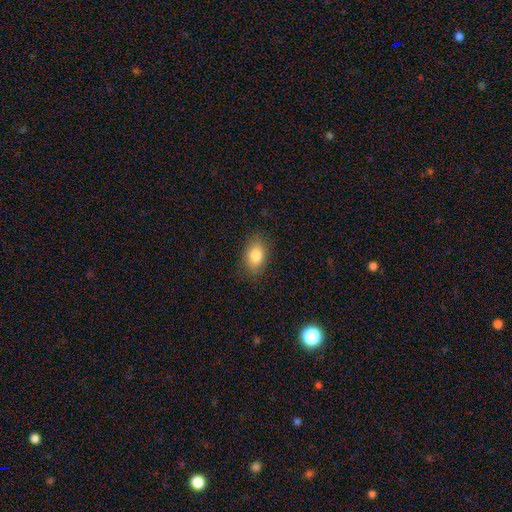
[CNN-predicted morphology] Smooth or featured: smooth — 81% (featured or disk — 11%)
How rounded: in between — 84% (round — 14%)
Merging: none — 85% (minor disturbance — 11%)